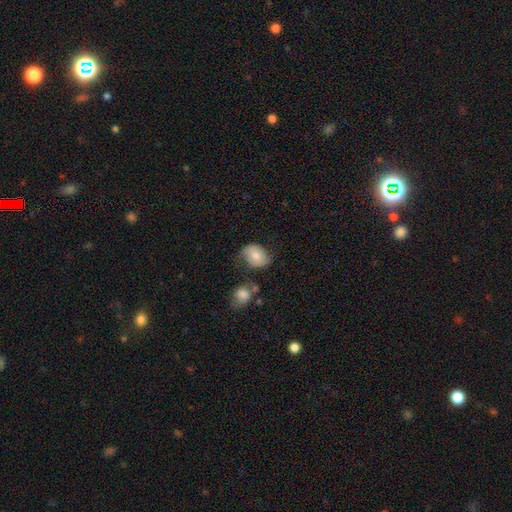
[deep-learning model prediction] Q: Smooth or featured?
A: smooth (69%); runner-up: featured or disk (24%)
Q: How rounded?
A: in between (65%); runner-up: round (34%)
Q: Merging?
A: none (56%); runner-up: minor disturbance (26%)